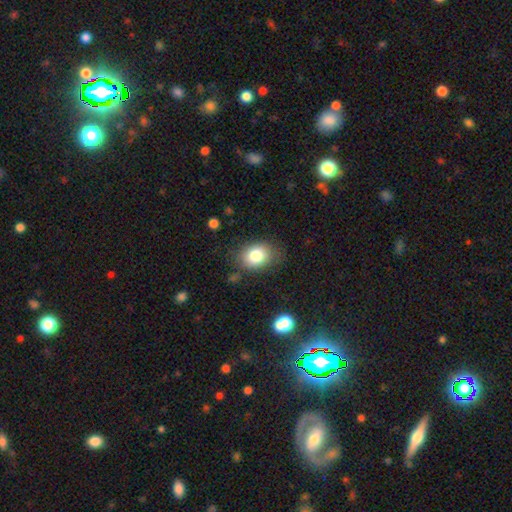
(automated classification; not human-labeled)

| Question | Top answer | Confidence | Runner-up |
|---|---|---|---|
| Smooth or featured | smooth | 81% | featured or disk (9%) |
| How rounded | in between | 62% | round (37%) |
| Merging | none | 76% | minor disturbance (16%) |